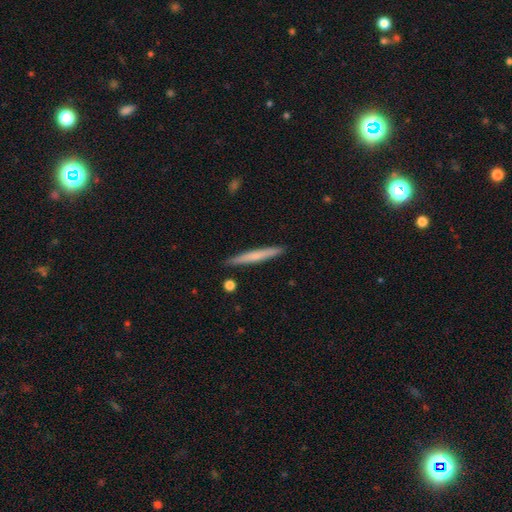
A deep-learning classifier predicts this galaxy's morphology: This is likely a smooth galaxy (60%). How rounded: clearly cigar-shaped (96%). Merging: clearly none (91%).